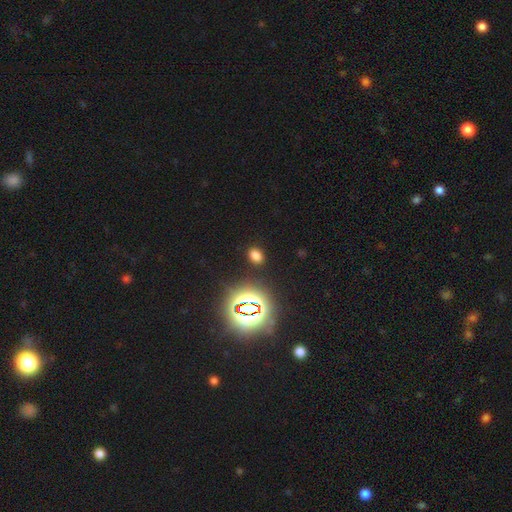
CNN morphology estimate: type=smooth (66%); roundness=in between (71%); merging=none (87%).